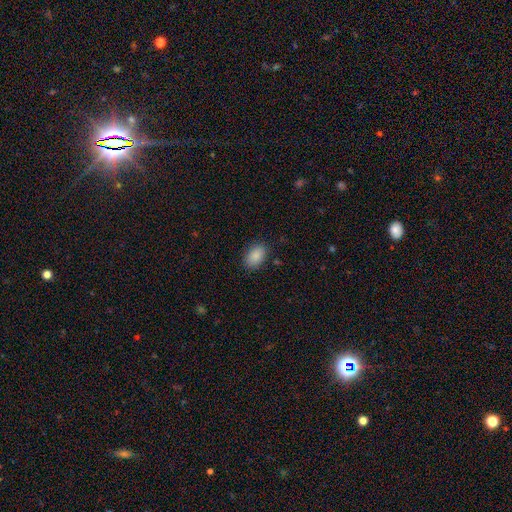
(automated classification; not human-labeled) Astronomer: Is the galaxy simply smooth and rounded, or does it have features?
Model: smooth — 88%.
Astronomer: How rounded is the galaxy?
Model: in between — 89%.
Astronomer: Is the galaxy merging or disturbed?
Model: none — 86%.